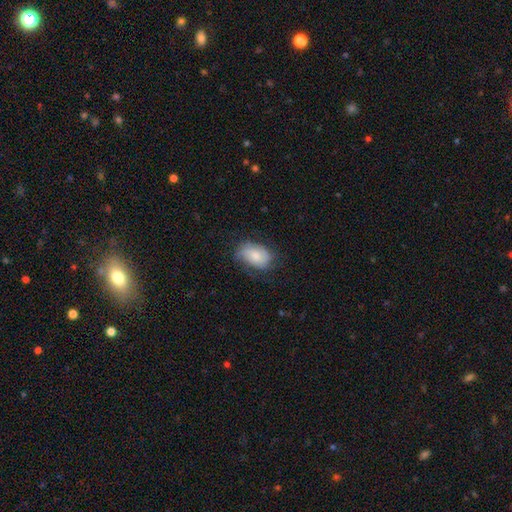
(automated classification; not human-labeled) Smooth or featured?
  - smooth: 63% *
  - featured or disk: 30%
  - star or artifact: 7%
How rounded?
  - in between: 86% *
  - round: 13%
  - cigar-shaped: 1%
Merging?
  - none: 56% *
  - minor disturbance: 29%
  - major disturbance: 13%
  - merger: 1%